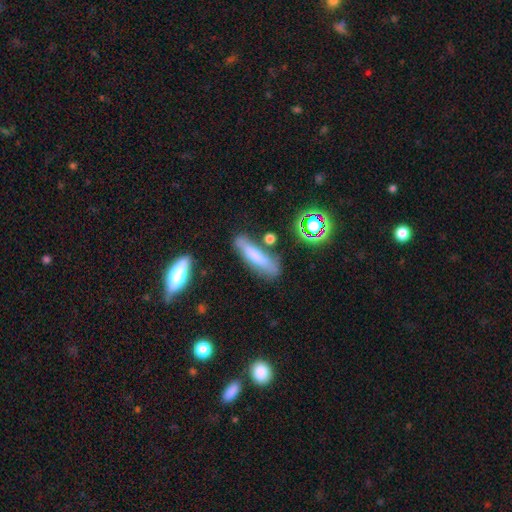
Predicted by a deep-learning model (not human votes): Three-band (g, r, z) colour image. It shows a smooth galaxy with no disk features (66%) that is cigar-shaped (74%). Merging: none (66%).